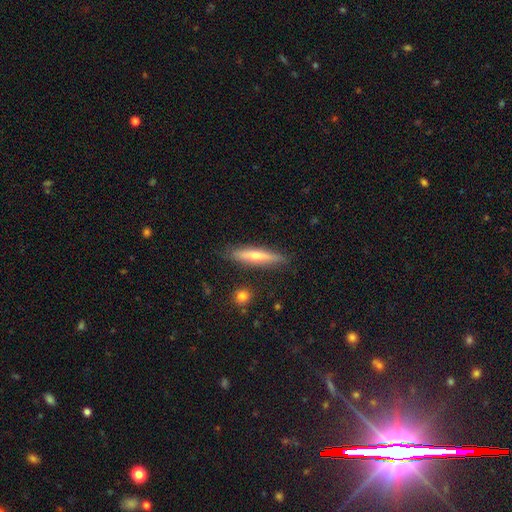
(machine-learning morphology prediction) smooth-or-featured: featured or disk: 49% | smooth: 45% | star or artifact: 7%
  merging: none: 88% | minor disturbance: 9% | major disturbance: 2% | merger: 2%